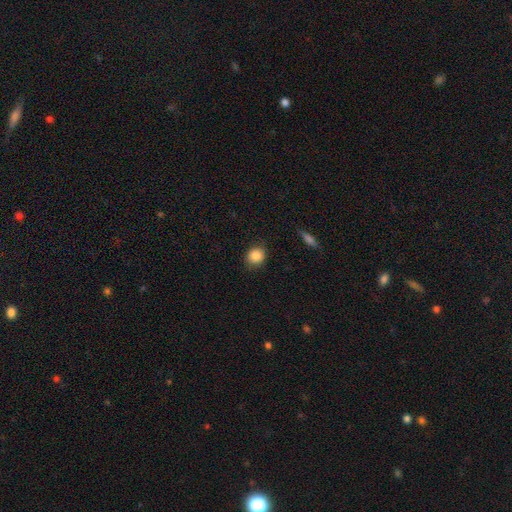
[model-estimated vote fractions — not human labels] This is clearly a smooth galaxy (87%). How rounded: likely round (78%). Merging: clearly none (81%).